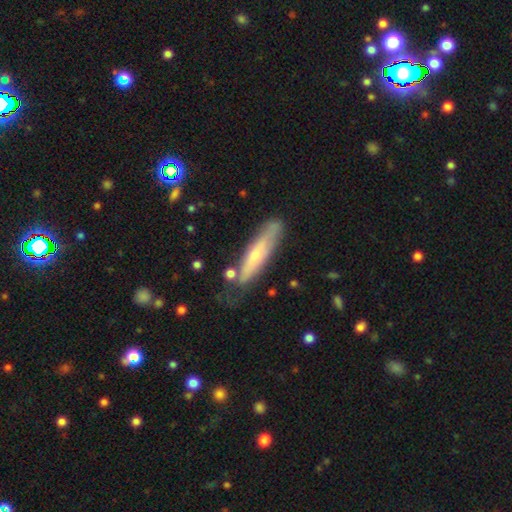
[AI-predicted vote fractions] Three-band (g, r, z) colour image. It shows a smooth galaxy with no disk features (53%) that is cigar-shaped (81%). Merging: none (63%).